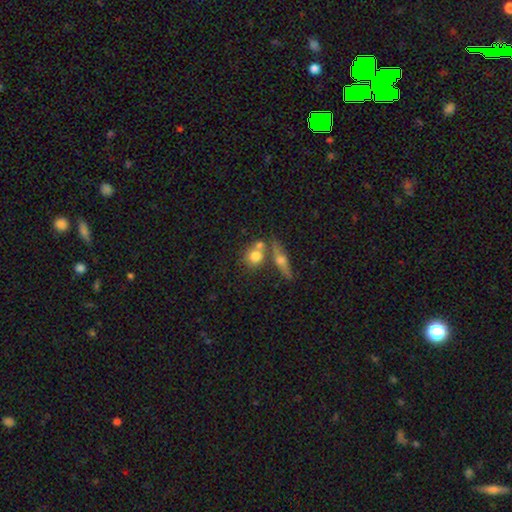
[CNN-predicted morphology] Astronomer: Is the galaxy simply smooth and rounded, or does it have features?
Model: smooth — 72%.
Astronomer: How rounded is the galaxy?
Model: round — 73%.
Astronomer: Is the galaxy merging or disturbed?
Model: none — 50% (runner-up: merger, 35%).